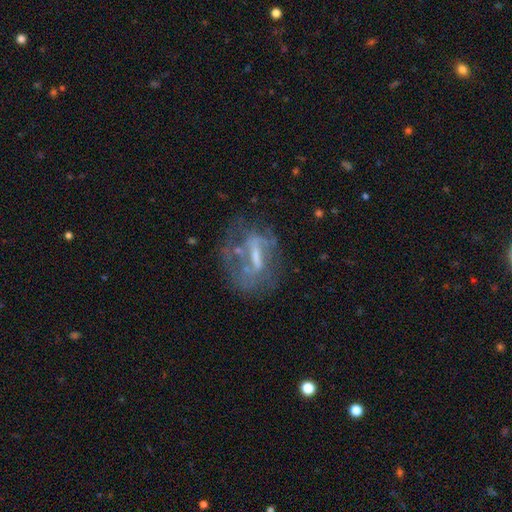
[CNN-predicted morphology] This appears to be a featured or disk galaxy (71%) with a strong bar (43%), spiral arms (53%) and a small central bulge (34%). Merging: none (51%).